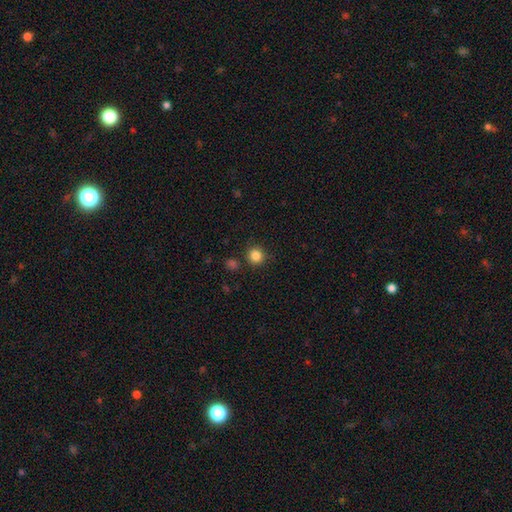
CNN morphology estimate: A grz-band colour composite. It shows a smooth galaxy with no disk features (85%) that is round (92%). Merging: none (86%).